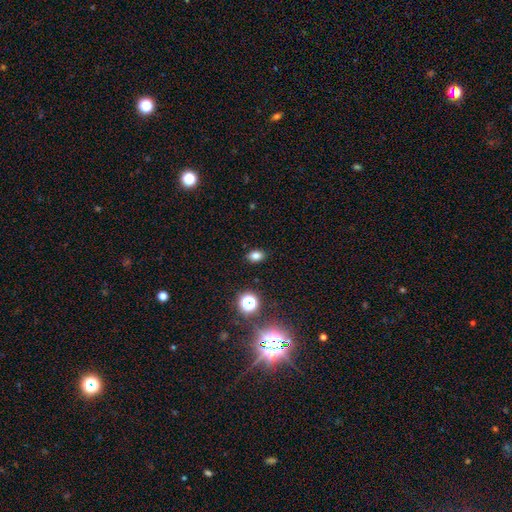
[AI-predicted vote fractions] Smooth or featured? smooth (78%)
How rounded? in between (75%)
Merging? none (88%)